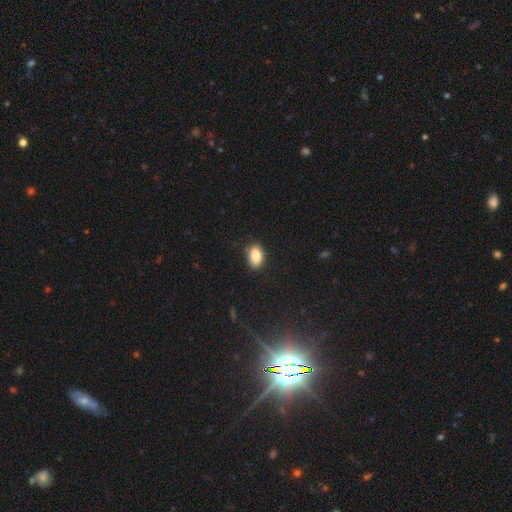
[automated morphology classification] The model was most divided on "merging": none: 83%, minor disturbance: 14%, major disturbance: 3%, merger: 1%. More confident: how rounded — in between (89%); smooth or featured — smooth (87%).